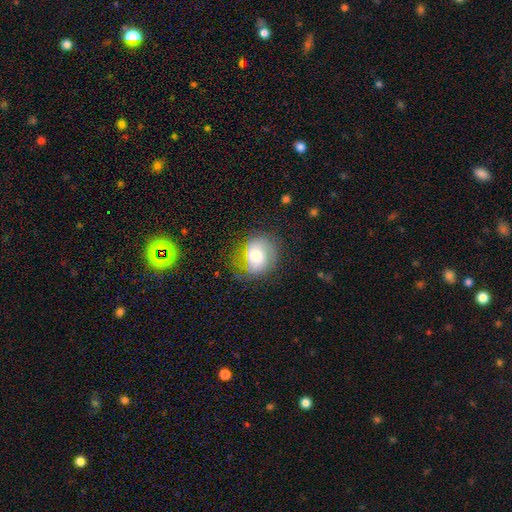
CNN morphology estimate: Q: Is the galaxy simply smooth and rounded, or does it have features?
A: smooth — 53%.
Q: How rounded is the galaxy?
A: round — 59%.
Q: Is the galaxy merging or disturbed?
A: none — 58%.